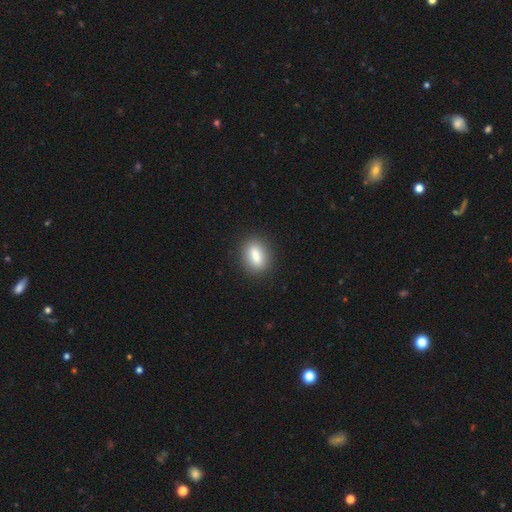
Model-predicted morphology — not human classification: A smooth galaxy with no disk features (81%) that is in between round and cigar-shaped (74%).

Vote fractions:
- Smooth or featured? smooth: 81% / featured or disk: 10% / star or artifact: 8%
- How rounded? in between: 74% / round: 16% / cigar-shaped: 10%
- Merging? none: 87% / minor disturbance: 9% / major disturbance: 3% / merger: 2%